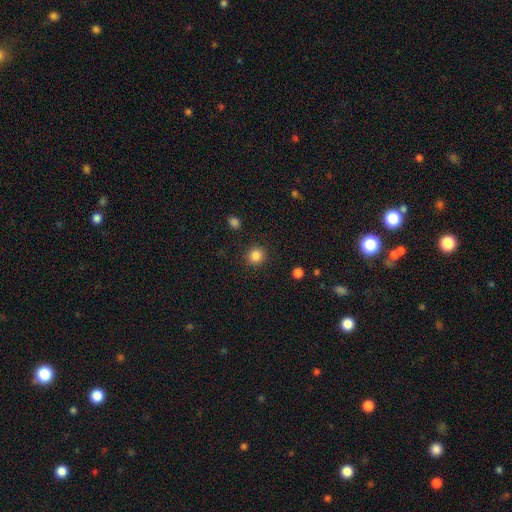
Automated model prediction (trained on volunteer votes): Smooth or featured? smooth (85%)
How rounded? round (89%)
Merging? none (91%)